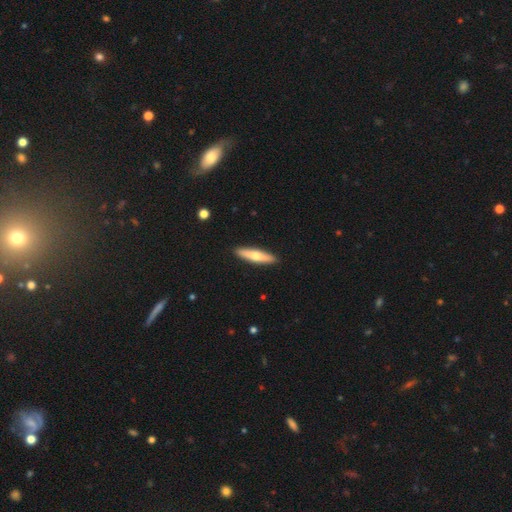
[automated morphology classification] Overall: smooth (55%; featured or disk 40%). How rounded: cigar-shaped (80%). Merging: none (91%).